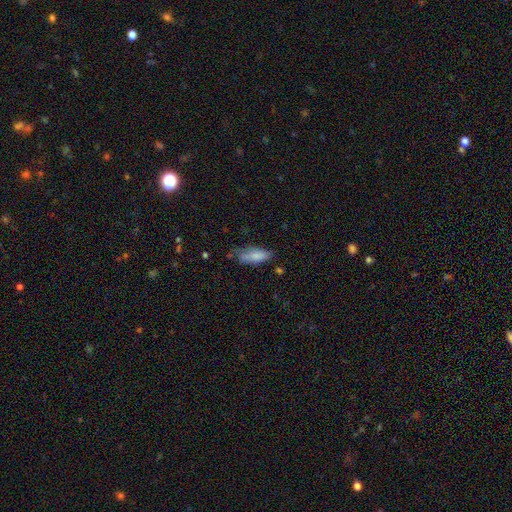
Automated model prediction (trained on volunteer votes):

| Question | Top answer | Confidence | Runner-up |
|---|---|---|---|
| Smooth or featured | smooth | 77% | featured or disk (15%) |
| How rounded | in between | 67% | cigar-shaped (31%) |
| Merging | none | 52% | minor disturbance (33%) |